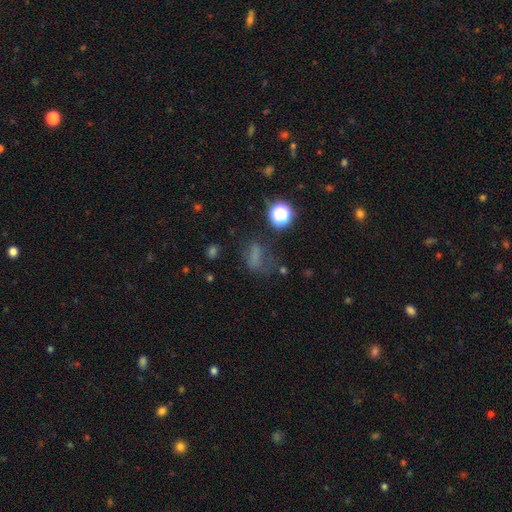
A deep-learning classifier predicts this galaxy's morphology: Overall: smooth (55%; star or artifact 30%). How rounded: in between (57%; round 33%). Merging: none (47%; major disturbance 24%).